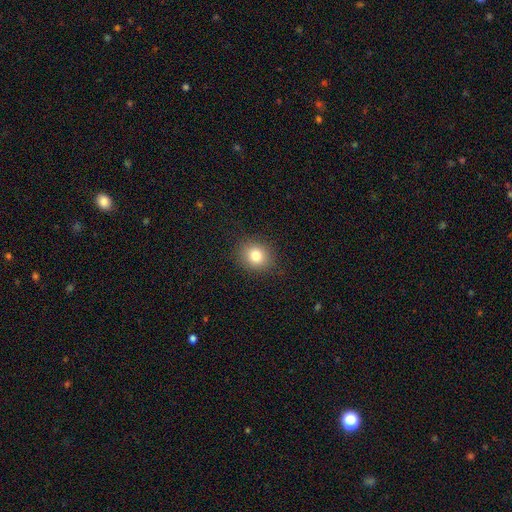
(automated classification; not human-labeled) smooth-or-featured: smooth: 81% | star or artifact: 11% | featured or disk: 8%
  how-rounded: round: 73% | in between: 26% | cigar-shaped: 1%
  merging: none: 88% | minor disturbance: 8% | major disturbance: 3% | merger: 1%